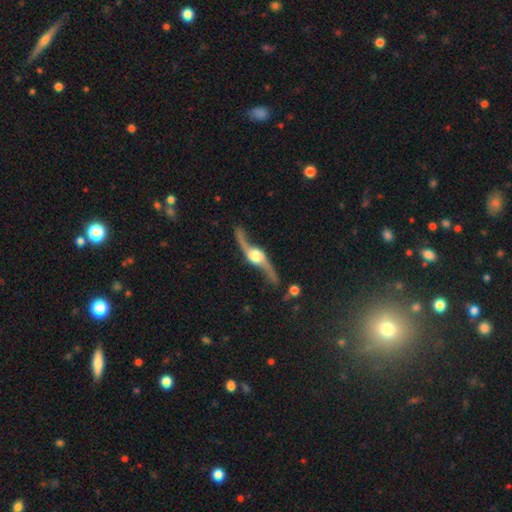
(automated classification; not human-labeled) A featured or disk galaxy (90%) viewed edge-on (56%).

Vote fractions:
- Smooth or featured? featured or disk: 90% / smooth: 6% / star or artifact: 4%
- Edge-on disk? yes: 56% / no: 44%
- Merging? none: 72% / minor disturbance: 16% / major disturbance: 7% / merger: 4%